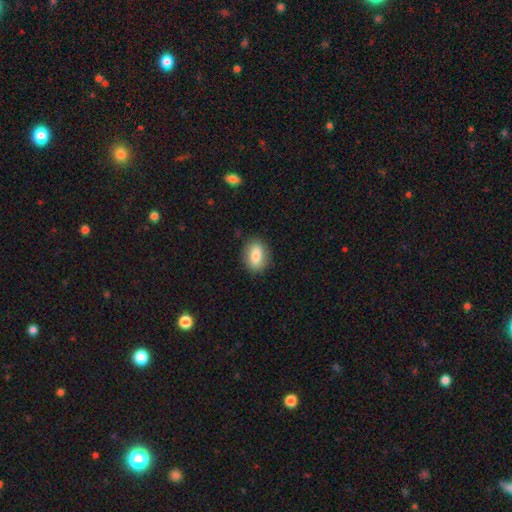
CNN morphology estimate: A smooth galaxy with no disk features (81%) that is in between round and cigar-shaped (78%).

Vote fractions:
- Smooth or featured? smooth: 81% / featured or disk: 12% / star or artifact: 7%
- How rounded? in between: 78% / round: 19% / cigar-shaped: 3%
- Merging? none: 84% / minor disturbance: 12% / major disturbance: 3% / merger: 1%